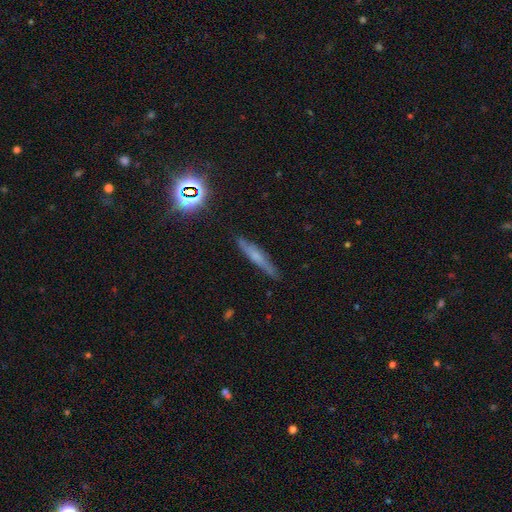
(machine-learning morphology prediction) Q: Smooth or featured?
A: featured or disk (45%); runner-up: smooth (42%)
Q: Merging?
A: none (82%); runner-up: minor disturbance (14%)